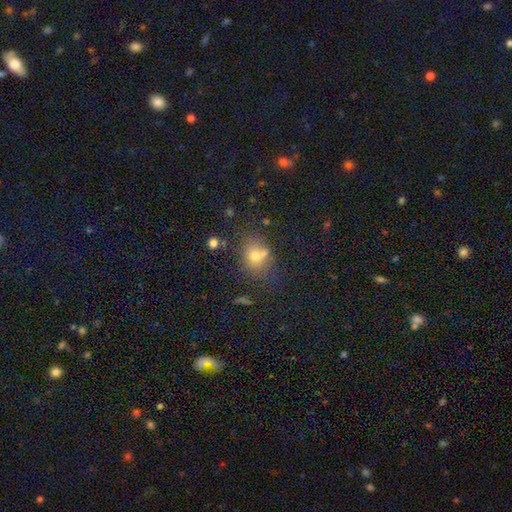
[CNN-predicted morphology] Smooth or featured: smooth — 65% (star or artifact — 21%)
How rounded: round — 56% (in between — 43%)
Merging: none — 57% (merger — 23%)